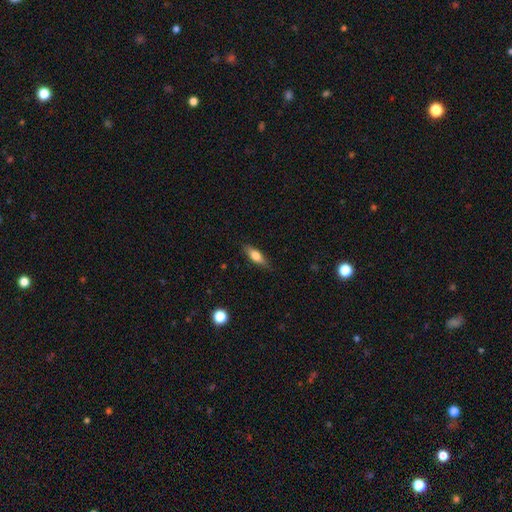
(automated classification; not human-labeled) A smooth galaxy with no disk features (65%) that is in between round and cigar-shaped (54%).

Vote fractions:
- Smooth or featured? smooth: 65% / featured or disk: 28% / star or artifact: 7%
- How rounded? in between: 54% / cigar-shaped: 43% / round: 3%
- Merging? none: 83% / minor disturbance: 14% / major disturbance: 3% / merger: 1%